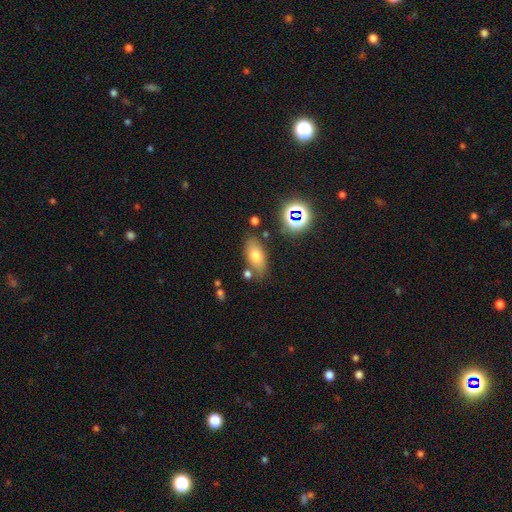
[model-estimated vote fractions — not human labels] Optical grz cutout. It shows a smooth galaxy with no disk features (69%) that is in between round and cigar-shaped (87%). Merging: none (73%).